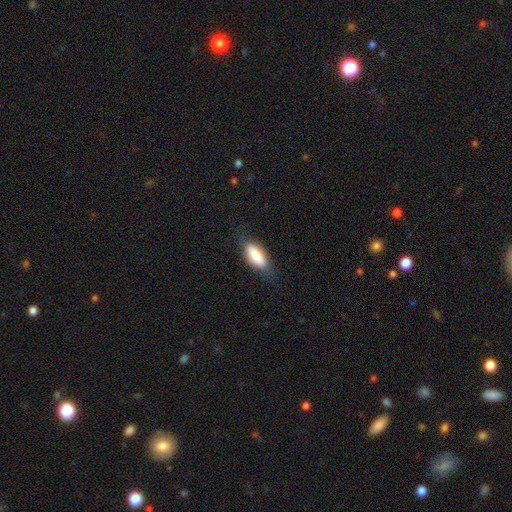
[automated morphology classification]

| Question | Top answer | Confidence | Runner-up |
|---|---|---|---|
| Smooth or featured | smooth | 83% | featured or disk (10%) |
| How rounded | in between | 80% | cigar-shaped (18%) |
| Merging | none | 73% | minor disturbance (20%) |